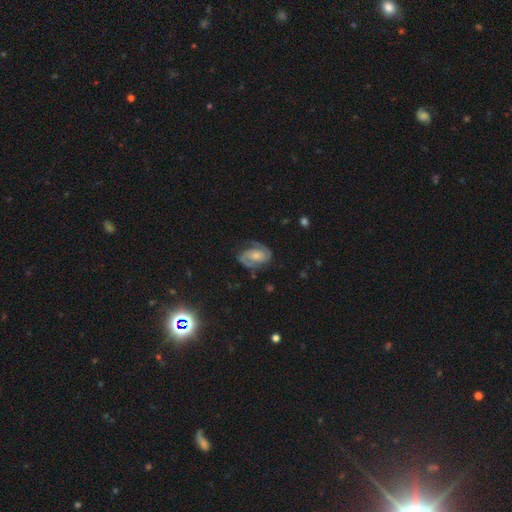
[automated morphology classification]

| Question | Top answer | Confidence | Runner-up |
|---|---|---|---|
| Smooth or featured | featured or disk | 83% | smooth (11%) |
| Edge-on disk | no | 97% | yes (3%) |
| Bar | no | 53% | weak (37%) |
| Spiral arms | yes | 96% | no (4%) |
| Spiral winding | medium | 47% | tight (39%) |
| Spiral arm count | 2 | 89% | can't tell (5%) |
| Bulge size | moderate | 46% | small (32%) |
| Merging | none | 72% | minor disturbance (18%) |